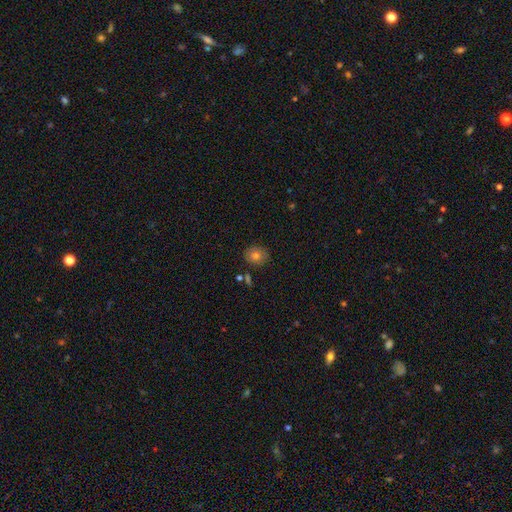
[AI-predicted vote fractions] Smooth or featured?
  - smooth: 76% *
  - featured or disk: 13%
  - star or artifact: 11%
How rounded?
  - round: 67% *
  - in between: 32%
  - cigar-shaped: 1%
Merging?
  - none: 83% *
  - minor disturbance: 12%
  - merger: 3%
  - major disturbance: 2%